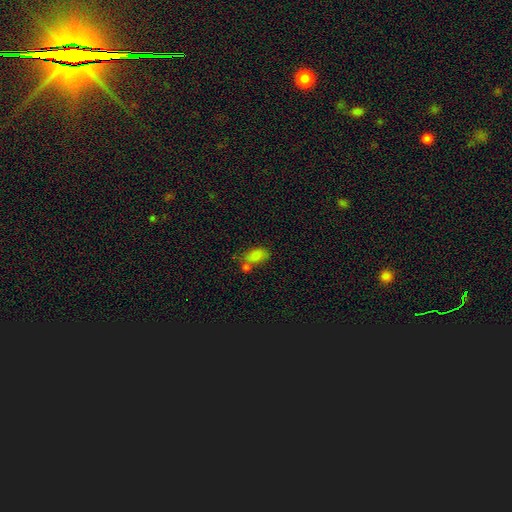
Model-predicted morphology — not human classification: A smooth galaxy with no disk features (81%) that is in between round and cigar-shaped (86%).

Vote fractions:
- Smooth or featured? smooth: 81% / star or artifact: 11% / featured or disk: 8%
- How rounded? in between: 86% / round: 11% / cigar-shaped: 3%
- Merging? none: 40% / merger: 37% / minor disturbance: 16% / major disturbance: 7%